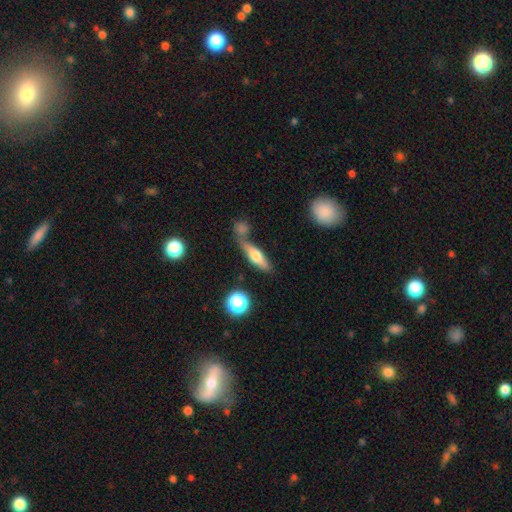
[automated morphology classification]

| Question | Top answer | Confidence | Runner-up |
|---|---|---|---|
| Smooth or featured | smooth | 53% | featured or disk (38%) |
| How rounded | cigar-shaped | 55% | in between (40%) |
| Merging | none | 55% | merger (23%) |